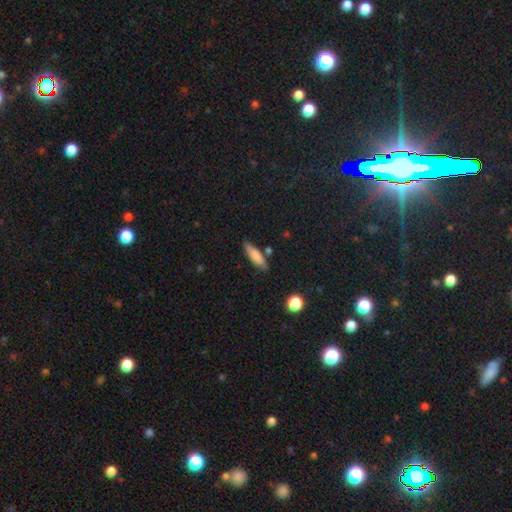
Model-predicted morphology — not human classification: This appears to be a smooth galaxy with no disk features (80%) that is cigar-shaped (67%). Merging: none (78%).